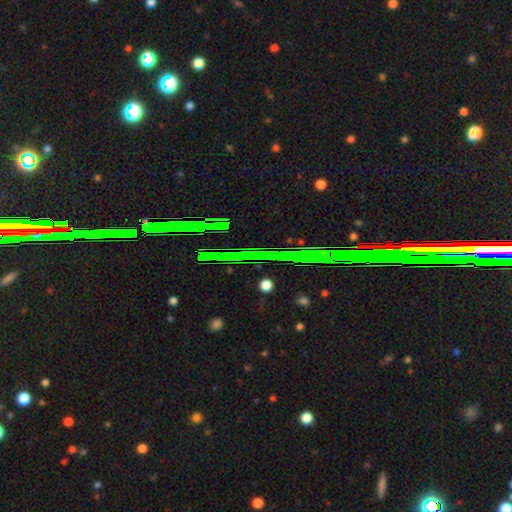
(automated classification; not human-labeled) smooth-or-featured: star or artifact: 83% | featured or disk: 9% | smooth: 7%